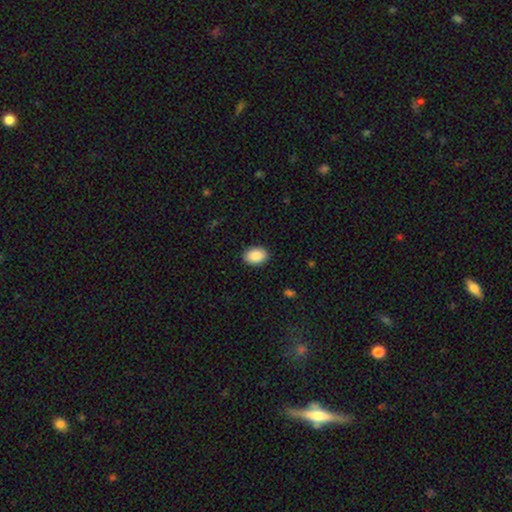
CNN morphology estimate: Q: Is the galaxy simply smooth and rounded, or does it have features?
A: smooth — 88%.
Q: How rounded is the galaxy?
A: in between — 85%.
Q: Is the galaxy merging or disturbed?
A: none — 90%.